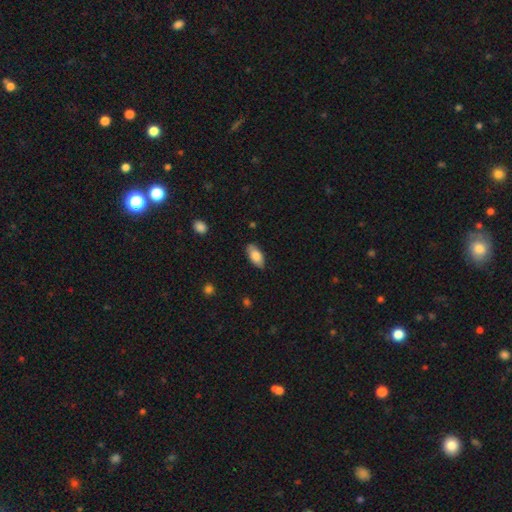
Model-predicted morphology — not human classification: smooth_or_featured: smooth (p=0.81) [alt: featured or disk p=0.13]
how_rounded: in between (p=0.91) [alt: cigar-shaped p=0.07]
merging: none (p=0.83) [alt: minor disturbance p=0.13]